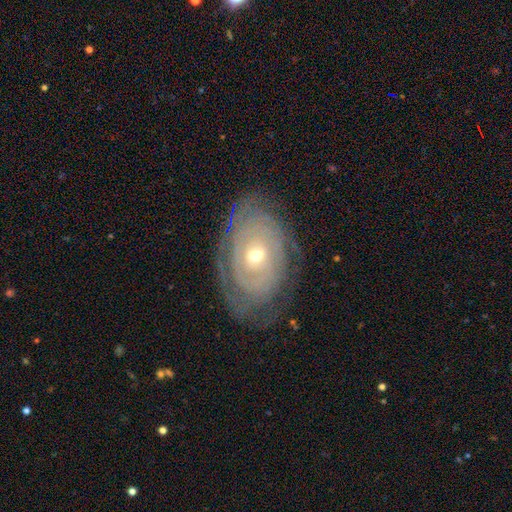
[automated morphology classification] Smooth or featured? featured or disk (79%)
Edge-on disk? no (94%)
Bar? no (80%)
Spiral arms? yes (79%)
Spiral winding? tight (83%)
Spiral arm count? can't tell (56%)
Bulge size? moderate (50%)
Merging? none (76%)